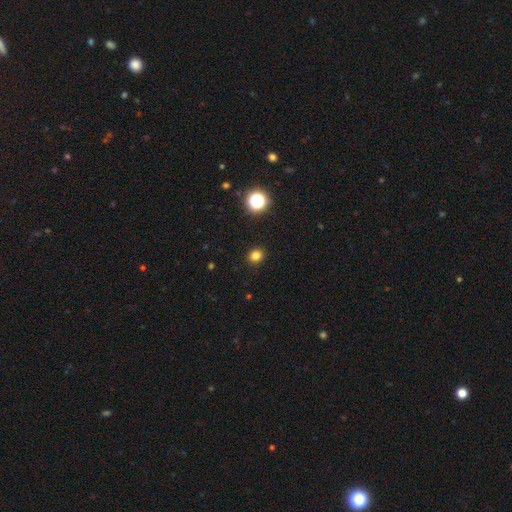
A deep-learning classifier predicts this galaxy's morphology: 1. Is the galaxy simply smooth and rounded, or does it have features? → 80% smooth, 15% star or artifact, 4% featured or disk.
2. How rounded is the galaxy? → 75% round, 24% in between, 1% cigar-shaped.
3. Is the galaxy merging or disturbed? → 91% none, 6% minor disturbance, 2% major disturbance, 1% merger.